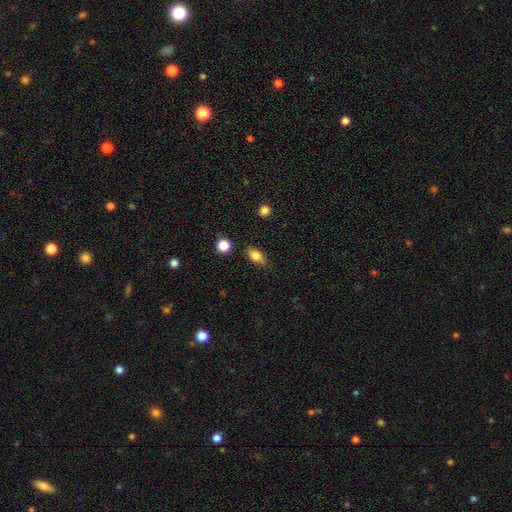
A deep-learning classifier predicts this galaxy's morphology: Smooth or featured: smooth — 78% (featured or disk — 14%)
How rounded: in between — 80% (cigar-shaped — 12%)
Merging: none — 81% (minor disturbance — 14%)